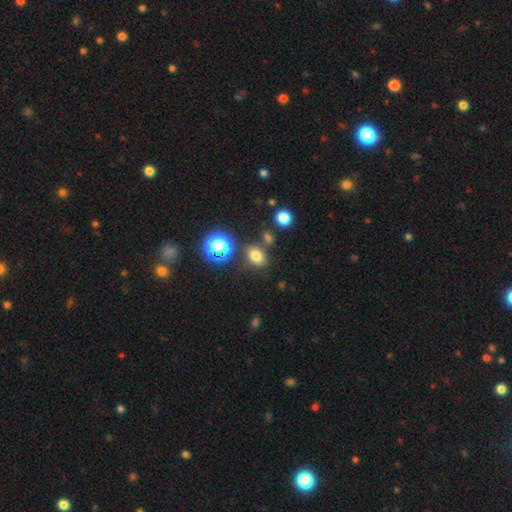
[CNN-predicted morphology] A smooth galaxy with no disk features (73%) that is in between round and cigar-shaped (61%). Merging: none (77%).